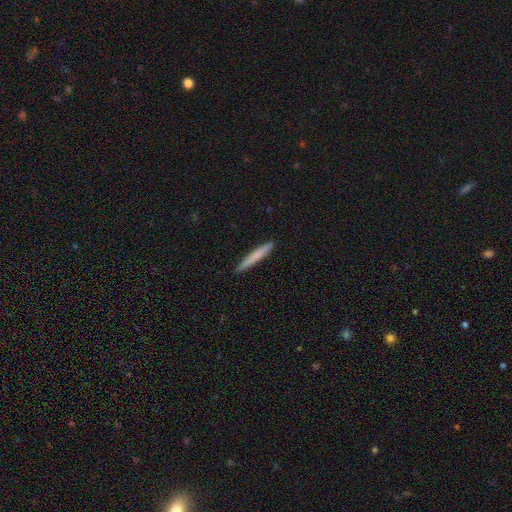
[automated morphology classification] Smooth or featured: smooth — 70% (featured or disk — 25%)
How rounded: cigar-shaped — 96% (in between — 2%)
Merging: none — 91% (minor disturbance — 6%)